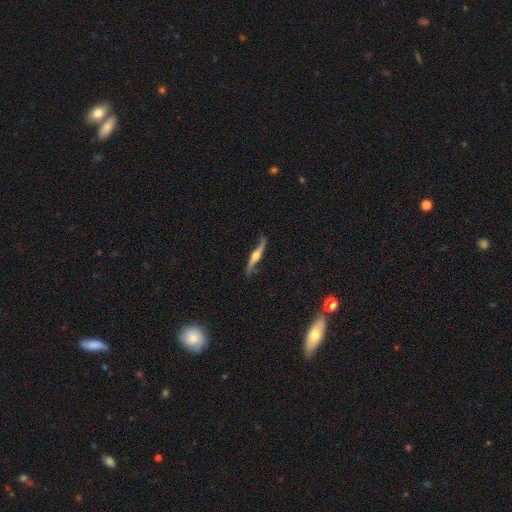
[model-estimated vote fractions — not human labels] Morphology: type=featured or disk (79%); edge-on=yes (84%); edge-on bulge=rounded (93%); merging=none (76%).